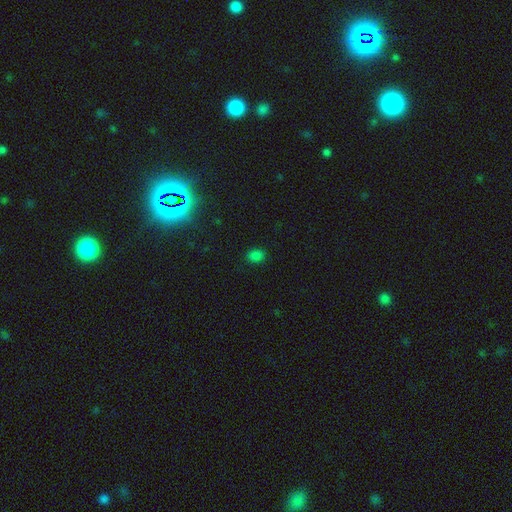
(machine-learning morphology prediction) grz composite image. It shows a smooth galaxy with no disk features (79%) that is in between round and cigar-shaped (69%). Merging: none (86%).